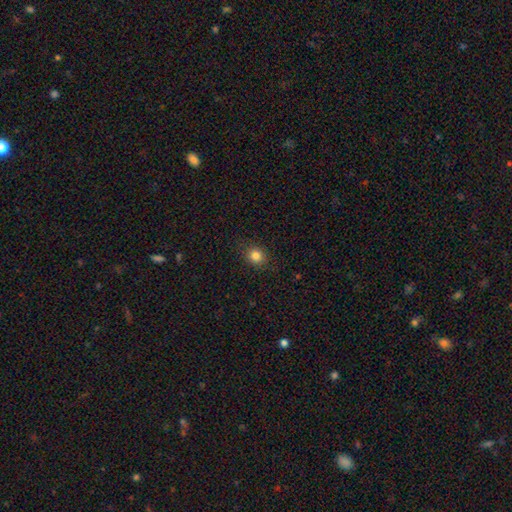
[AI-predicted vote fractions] smooth-or-featured: smooth: 83% | star or artifact: 12% | featured or disk: 5%
  how-rounded: round: 78% | in between: 21% | cigar-shaped: 1%
  merging: none: 88% | minor disturbance: 8% | major disturbance: 2% | merger: 1%